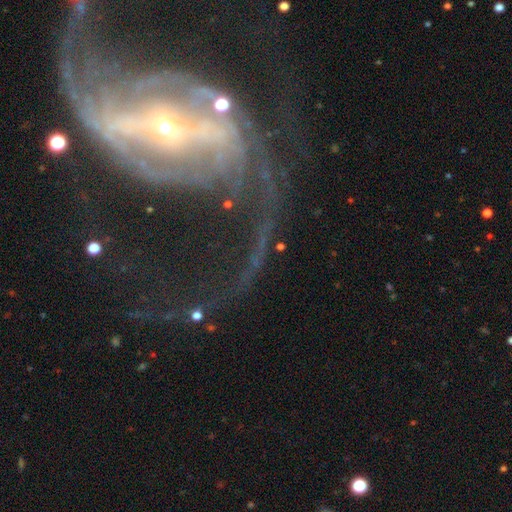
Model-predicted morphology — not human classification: featured or disk 77%, star or artifact 13%, smooth 9%. Down the decision tree: edge-on disk — no (91%); bar — strong (38%); spiral arms — yes (82%); spiral arm count — 2 (47%); spiral winding — medium (38%); bulge size — small (59%); merging — none (46%).